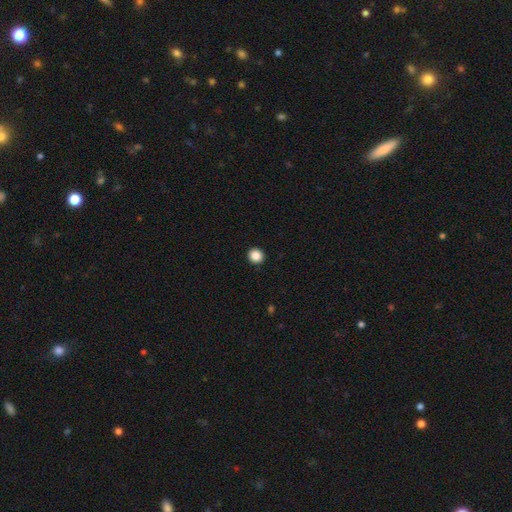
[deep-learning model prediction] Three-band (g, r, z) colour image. It shows a smooth galaxy with no disk features (87%) that is round (91%). Merging: none (93%).